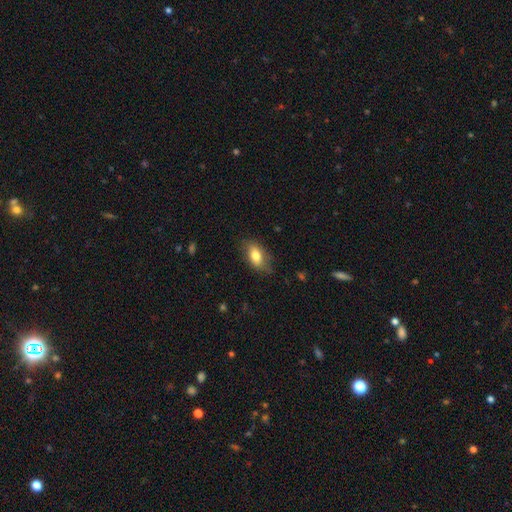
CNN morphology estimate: This appears to be a smooth galaxy with no disk features (77%) that is in between round and cigar-shaped (88%). Merging: none (73%).